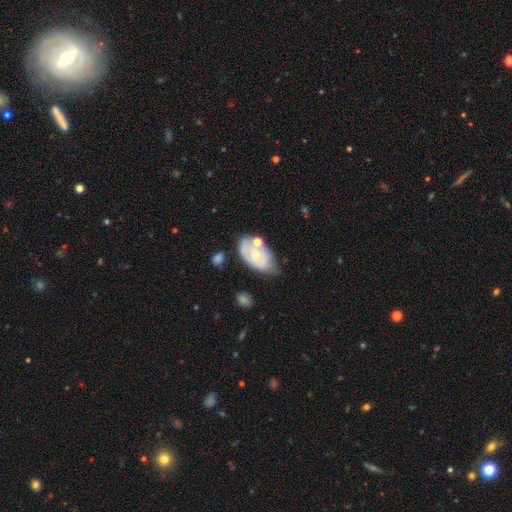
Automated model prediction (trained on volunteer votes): A featured or disk galaxy (51%). Merging: none (36%).